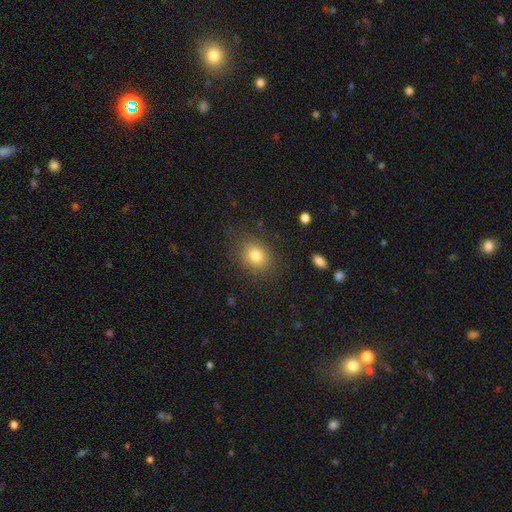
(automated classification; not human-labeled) Q: Smooth or featured?
A: smooth (81%); runner-up: star or artifact (11%)
Q: How rounded?
A: round (62%); runner-up: in between (37%)
Q: Merging?
A: none (82%); runner-up: minor disturbance (12%)